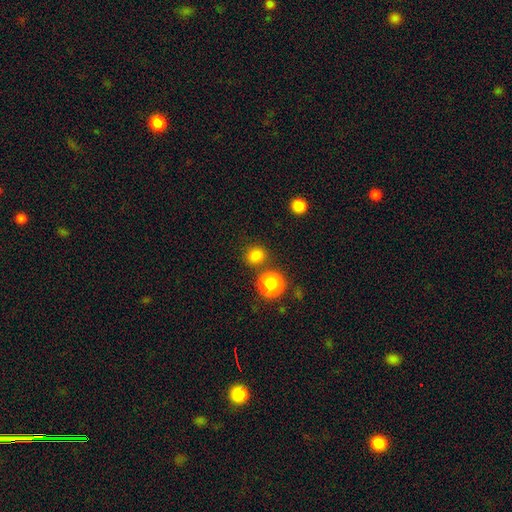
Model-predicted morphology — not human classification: smooth-or-featured: smooth: 79% | star or artifact: 17% | featured or disk: 4%
  how-rounded: round: 86% | in between: 13% | cigar-shaped: 1%
  merging: none: 83% | minor disturbance: 7% | merger: 7% | major disturbance: 3%